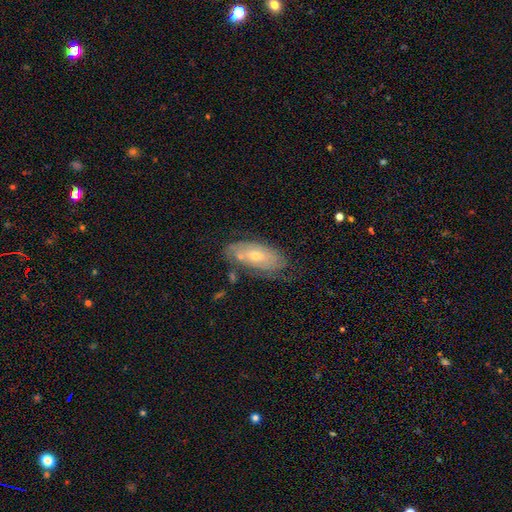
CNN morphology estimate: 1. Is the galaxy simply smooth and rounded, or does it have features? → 60% featured or disk, 33% smooth, 7% star or artifact.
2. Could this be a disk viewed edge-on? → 87% no, 13% yes.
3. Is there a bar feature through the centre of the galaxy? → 71% no, 24% weak, 5% strong.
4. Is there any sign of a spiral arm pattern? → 70% yes, 30% no.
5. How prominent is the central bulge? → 50% small, 47% moderate, 2% large, 1% none, 1% dominant.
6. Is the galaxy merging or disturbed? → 59% none, 25% minor disturbance, 10% major disturbance, 7% merger.